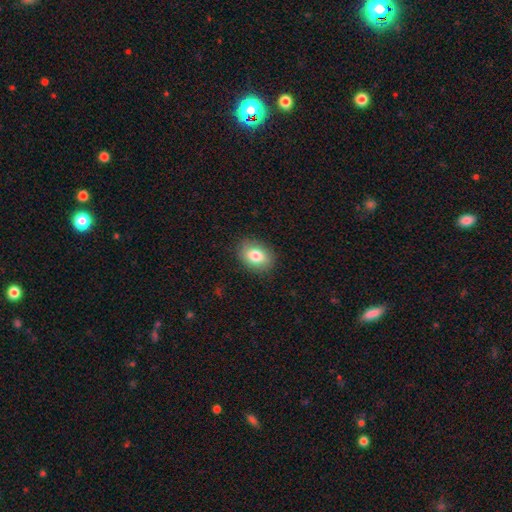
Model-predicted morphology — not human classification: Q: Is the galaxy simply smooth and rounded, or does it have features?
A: smooth — 80%.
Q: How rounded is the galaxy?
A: in between — 72%.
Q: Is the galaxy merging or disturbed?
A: none — 86%.